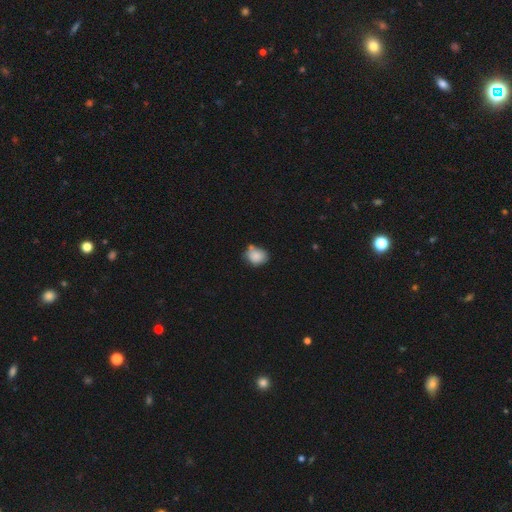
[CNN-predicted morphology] The model was most divided on "how rounded": in between: 52%, round: 47%, cigar-shaped: 1%. More confident: smooth or featured — smooth (85%); merging — none (55%).